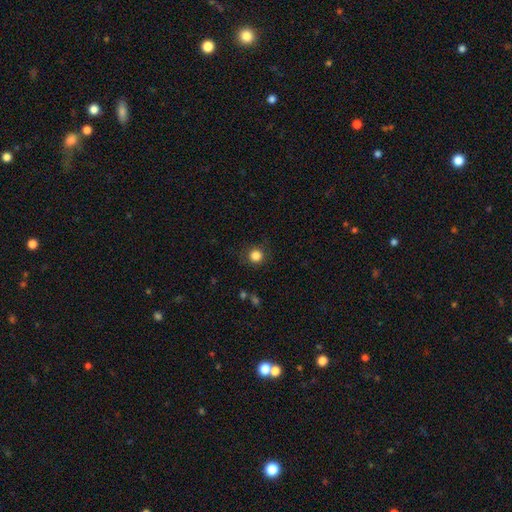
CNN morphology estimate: The model was most divided on "smooth or featured": smooth: 84%, star or artifact: 11%, featured or disk: 5%. More confident: how rounded — round (93%); merging — none (85%).